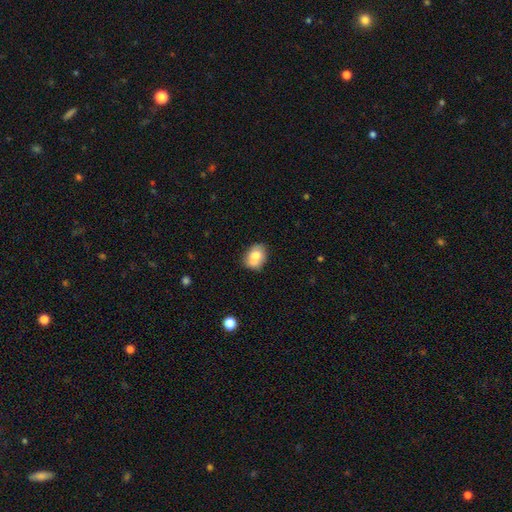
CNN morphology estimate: Smooth or featured?
  - smooth: 73% *
  - featured or disk: 18%
  - star or artifact: 9%
How rounded?
  - in between: 59% *
  - round: 39%
  - cigar-shaped: 1%
Merging?
  - none: 63% *
  - minor disturbance: 21%
  - merger: 12%
  - major disturbance: 5%